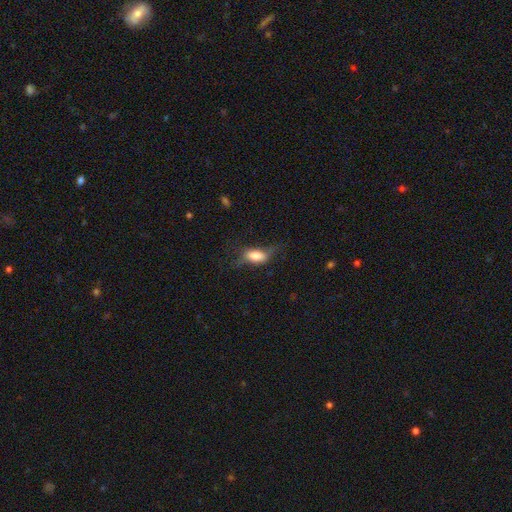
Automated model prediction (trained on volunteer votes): smooth 69%, featured or disk 23%, star or artifact 9%. Down the decision tree: how rounded — in between (83%); merging — none (48%).